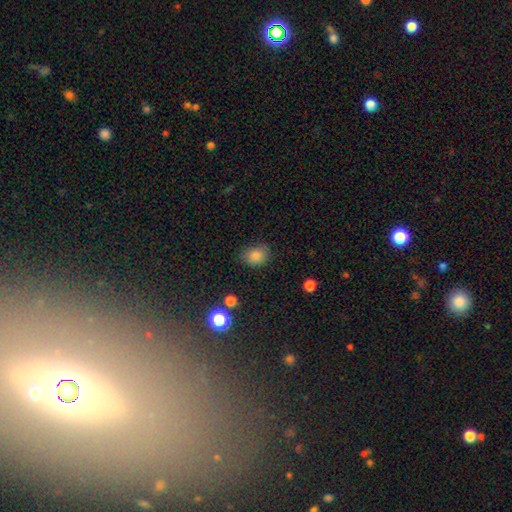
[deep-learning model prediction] Smooth or featured?
  - smooth: 82% *
  - star or artifact: 12%
  - featured or disk: 6%
How rounded?
  - in between: 54% *
  - round: 45%
  - cigar-shaped: 1%
Merging?
  - none: 75% *
  - minor disturbance: 19%
  - major disturbance: 4%
  - merger: 2%